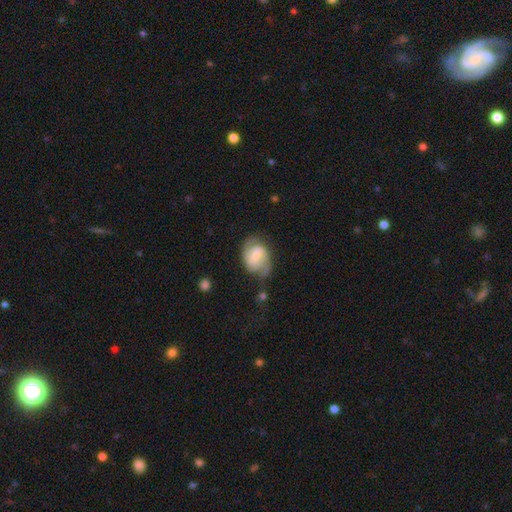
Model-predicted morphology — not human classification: type=featured or disk (72%); edge-on=no (98%); bar=weak (52%); spiral arms=yes (93%); winding=medium (50%); arm count=2 (85%); bulge=small (40%); merging=none (60%).